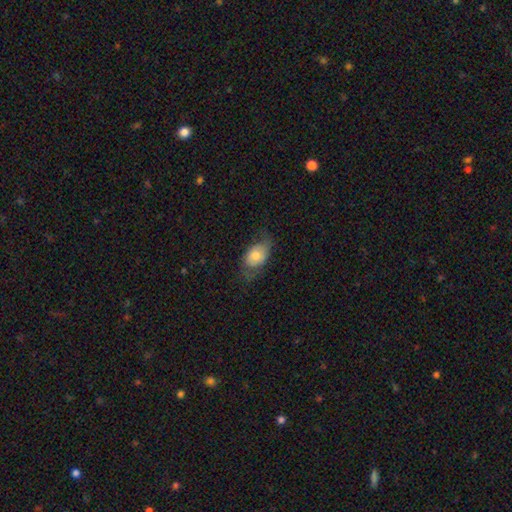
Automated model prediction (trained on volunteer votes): Q: Smooth or featured?
A: smooth (60%); runner-up: featured or disk (33%)
Q: How rounded?
A: in between (84%); runner-up: round (14%)
Q: Merging?
A: none (52%); runner-up: minor disturbance (28%)